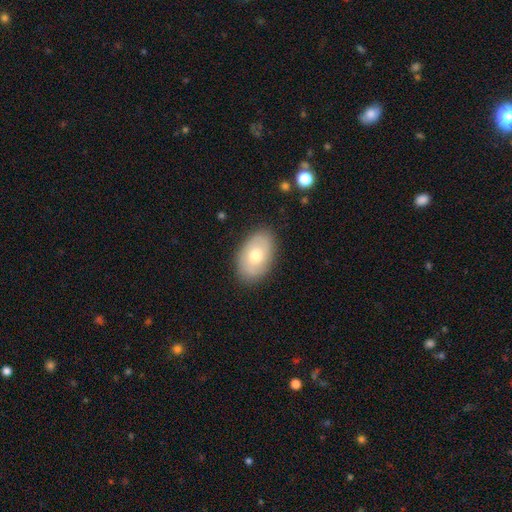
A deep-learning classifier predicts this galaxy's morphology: smooth_or_featured: smooth (p=0.61) [alt: featured or disk p=0.32]
how_rounded: in between (p=0.90) [alt: round p=0.09]
merging: none (p=0.84) [alt: minor disturbance p=0.12]